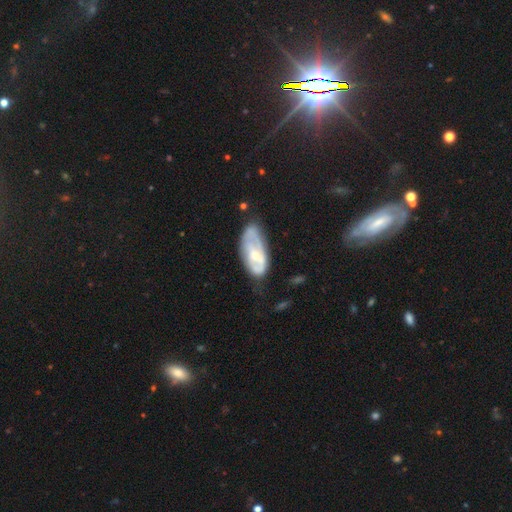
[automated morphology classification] A featured or disk galaxy (55%).

Vote fractions:
- Smooth or featured? featured or disk: 55% / smooth: 39% / star or artifact: 6%
- Edge-on disk? no: 91% / yes: 9%
- Merging? none: 50% / minor disturbance: 31% / major disturbance: 14% / merger: 4%